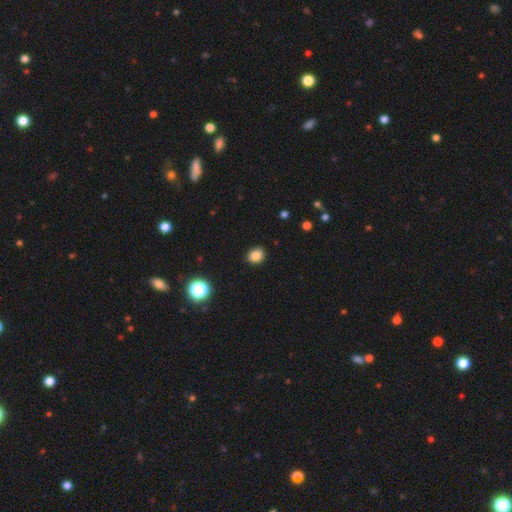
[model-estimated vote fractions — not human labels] Overall: smooth (85%). How rounded: round (57%; in between 43%). Merging: none (87%).